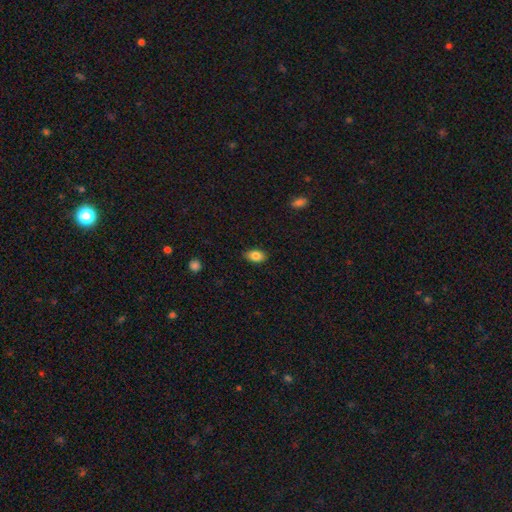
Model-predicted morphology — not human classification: A smooth galaxy with no disk features (85%) that is in between round and cigar-shaped (86%). Merging: none (84%).